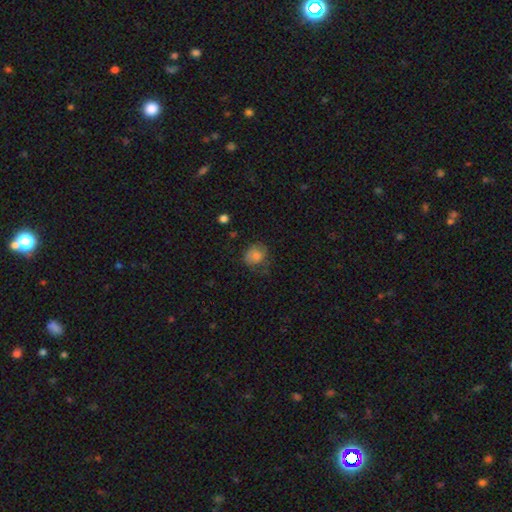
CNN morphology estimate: Q: Smooth or featured?
A: smooth (73%); runner-up: featured or disk (17%)
Q: How rounded?
A: round (65%); runner-up: in between (34%)
Q: Merging?
A: none (57%); runner-up: minor disturbance (27%)